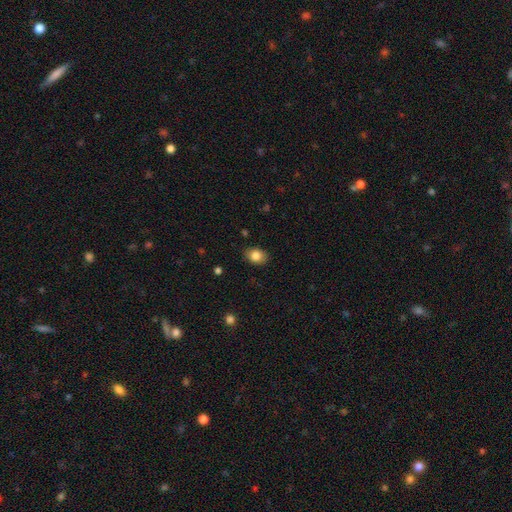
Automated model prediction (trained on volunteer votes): Morphology: type=smooth (84%); roundness=in between (73%); merging=none (86%).